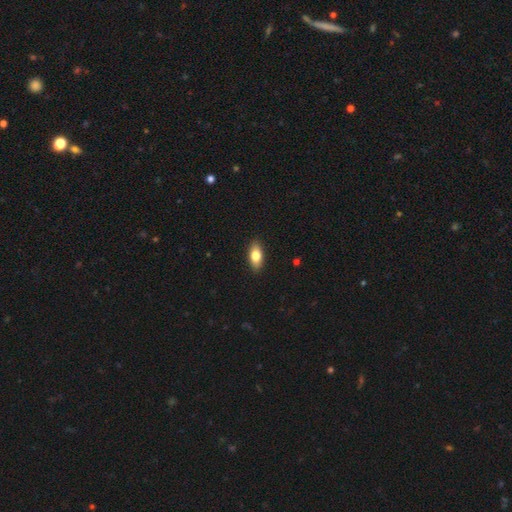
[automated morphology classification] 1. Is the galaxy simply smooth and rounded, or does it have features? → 79% smooth, 15% featured or disk, 7% star or artifact.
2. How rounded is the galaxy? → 87% in between, 9% cigar-shaped, 4% round.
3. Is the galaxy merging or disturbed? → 89% none, 8% minor disturbance, 2% major disturbance, 1% merger.